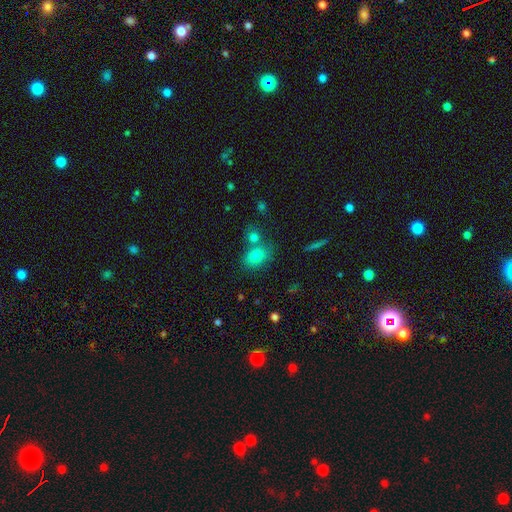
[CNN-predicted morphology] smooth-or-featured: smooth: 80% | star or artifact: 11% | featured or disk: 9%
  how-rounded: in between: 71% | round: 27% | cigar-shaped: 2%
  merging: none: 57% | merger: 28% | minor disturbance: 12% | major disturbance: 4%